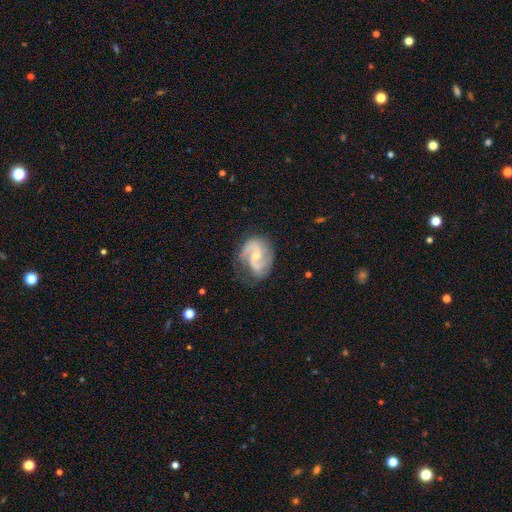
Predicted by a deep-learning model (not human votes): Morphology: type=featured or disk (89%); edge-on=no (98%); bar=weak (45%); spiral arms=yes (97%); winding=medium (56%); arm count=2 (90%); bulge=small (57%); merging=none (73%).